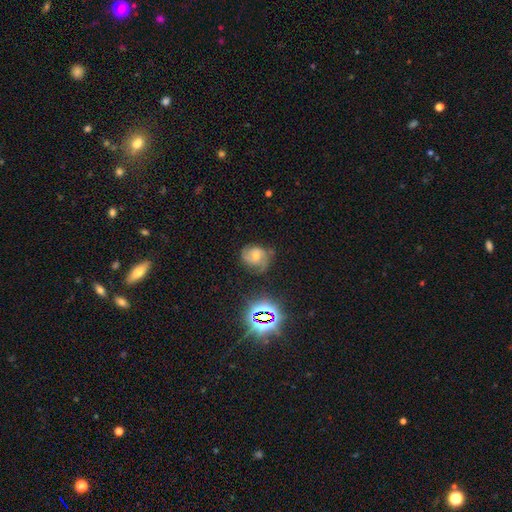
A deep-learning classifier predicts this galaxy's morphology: Smooth or featured? featured or disk (50%)
Edge-on disk? no (96%)
Merging? none (66%)